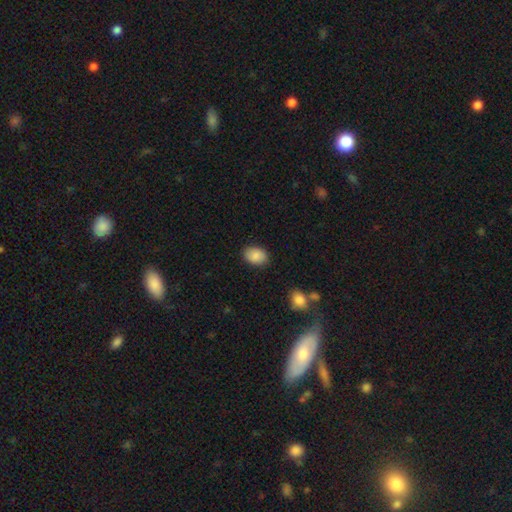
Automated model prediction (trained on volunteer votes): Smooth or featured: smooth — 88% (star or artifact — 7%)
How rounded: in between — 77% (round — 22%)
Merging: none — 87% (minor disturbance — 9%)